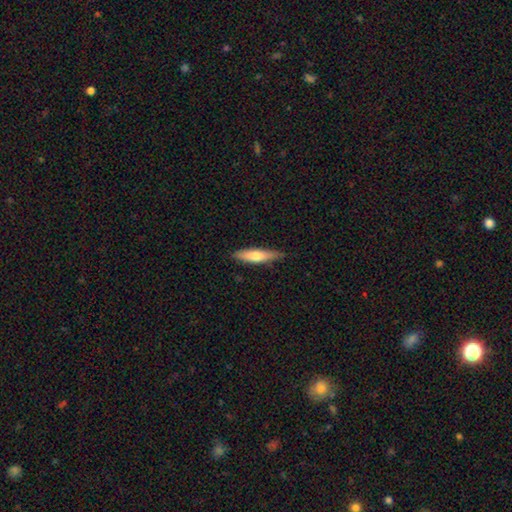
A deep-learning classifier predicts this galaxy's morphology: smooth 64%, featured or disk 31%, star or artifact 5%. Down the decision tree: how rounded — cigar-shaped (75%); merging — none (82%).